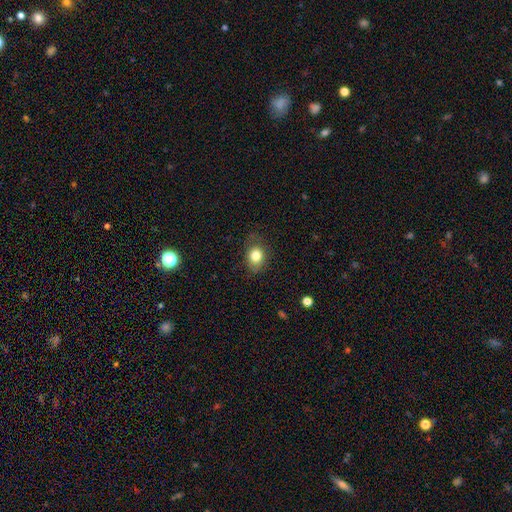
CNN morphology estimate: Smooth or featured?
  - smooth: 81% *
  - star or artifact: 10%
  - featured or disk: 10%
How rounded?
  - in between: 50% *
  - round: 49%
  - cigar-shaped: 1%
Merging?
  - none: 71% *
  - minor disturbance: 21%
  - major disturbance: 7%
  - merger: 1%